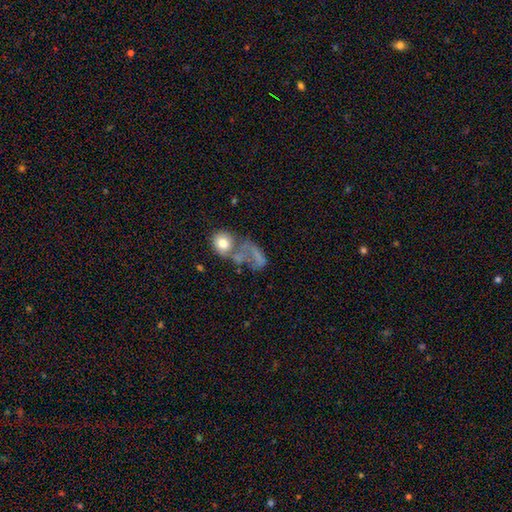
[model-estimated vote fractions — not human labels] Smooth or featured? Predicted: smooth (p=0.50). How rounded? Predicted: in between (p=0.60). Merging? Predicted: major disturbance (p=0.34).